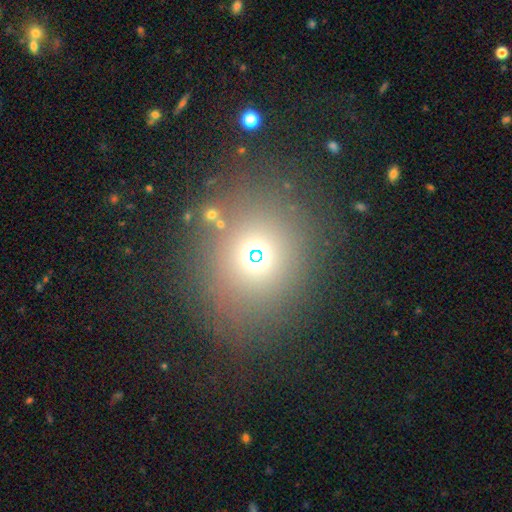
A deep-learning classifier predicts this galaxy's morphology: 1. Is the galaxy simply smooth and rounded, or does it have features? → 56% smooth, 32% star or artifact, 12% featured or disk.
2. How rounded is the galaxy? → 74% round, 24% in between, 2% cigar-shaped.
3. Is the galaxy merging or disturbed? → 83% none, 9% minor disturbance, 5% major disturbance, 4% merger.